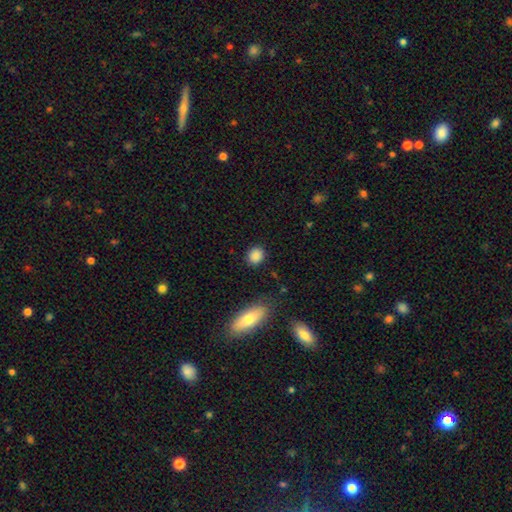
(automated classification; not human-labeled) The model was most divided on "how rounded": round: 72%, in between: 26%, cigar-shaped: 2%. More confident: merging — none (87%); smooth or featured — smooth (87%).